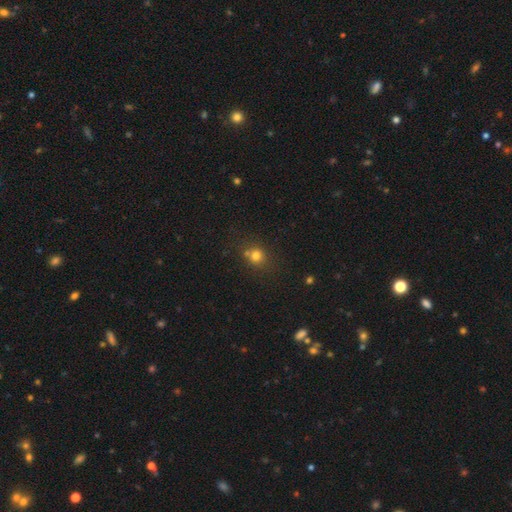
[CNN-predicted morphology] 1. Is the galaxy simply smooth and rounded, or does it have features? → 75% smooth, 16% star or artifact, 9% featured or disk.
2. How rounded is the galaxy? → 81% round, 18% in between, 1% cigar-shaped.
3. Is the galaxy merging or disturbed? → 61% none, 23% merger, 11% minor disturbance, 4% major disturbance.